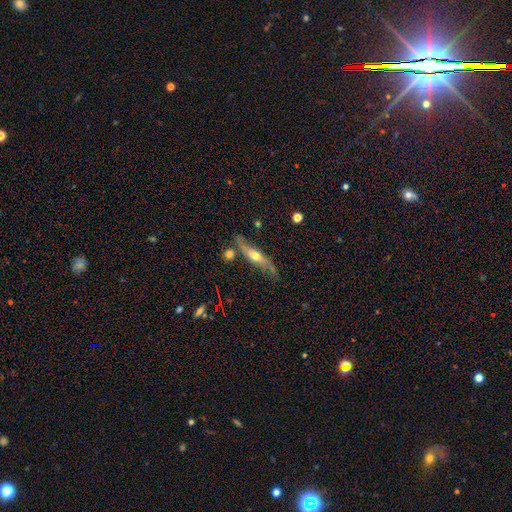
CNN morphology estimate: featured or disk 65%, smooth 28%, star or artifact 7%. Down the decision tree: edge-on disk — yes (62%); merging — none (64%).